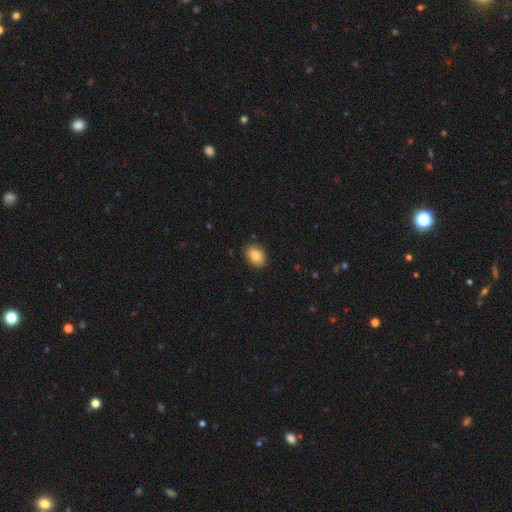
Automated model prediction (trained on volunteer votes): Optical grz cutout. It shows a smooth galaxy with no disk features (85%) that is in between round and cigar-shaped (69%). Merging: none (87%).